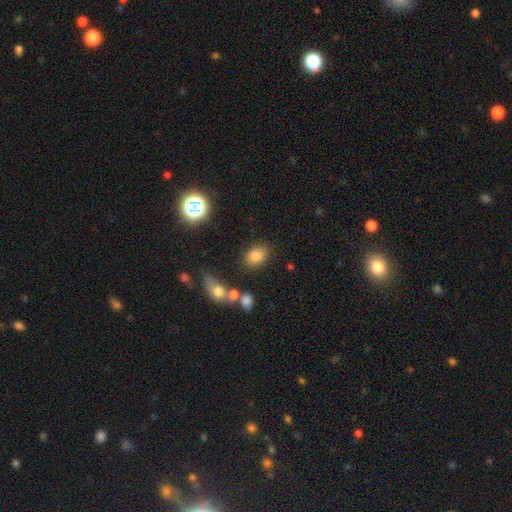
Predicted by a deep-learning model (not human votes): smooth_or_featured: smooth (p=0.81) [alt: star or artifact p=0.12]
how_rounded: in between (p=0.67) [alt: round p=0.31]
merging: none (p=0.75) [alt: minor disturbance p=0.13]